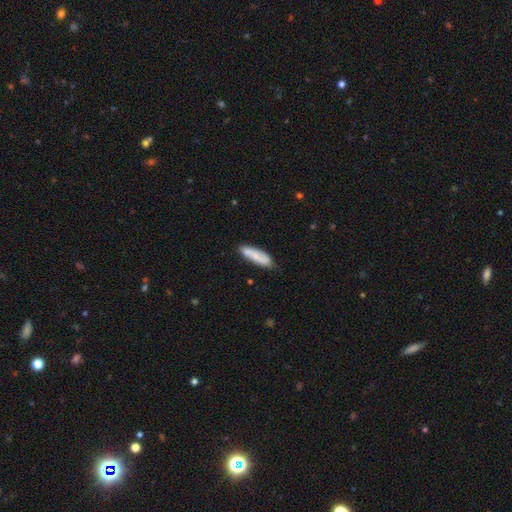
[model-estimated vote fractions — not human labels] The model was most divided on "how rounded": cigar-shaped: 61%, in between: 37%, round: 2%. More confident: merging — none (71%); smooth or featured — smooth (71%).